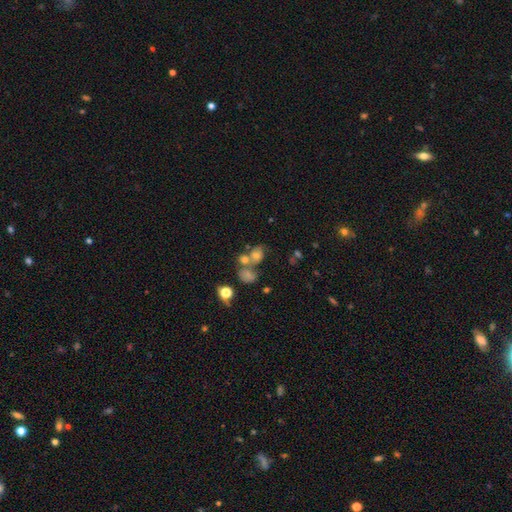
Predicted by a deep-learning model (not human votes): This appears to be a smooth galaxy with no disk features (54%) that is round (50%). Merging: merger (43%).